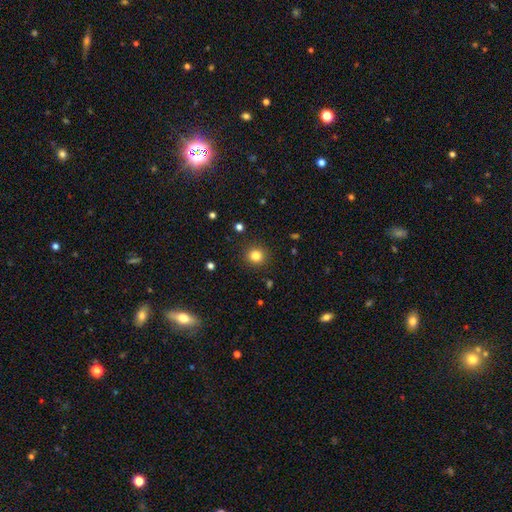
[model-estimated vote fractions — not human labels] smooth-or-featured: smooth: 83% | star or artifact: 12% | featured or disk: 5%
  how-rounded: round: 90% | in between: 9% | cigar-shaped: 1%
  merging: none: 91% | minor disturbance: 6% | major disturbance: 2% | merger: 1%